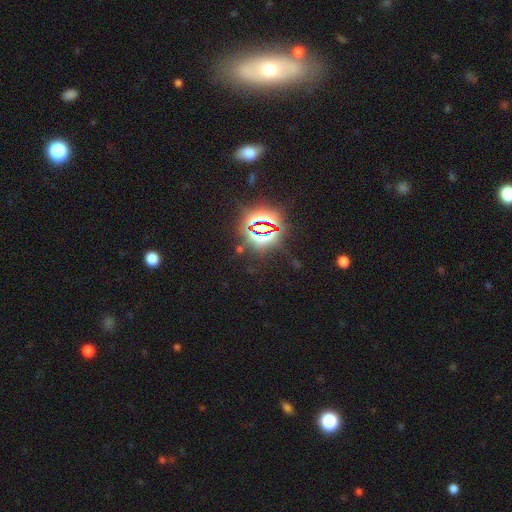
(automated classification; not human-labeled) A star or artifact, not a galaxy (69%).

Vote fractions:
- Smooth or featured? star or artifact: 69% / smooth: 19% / featured or disk: 12%